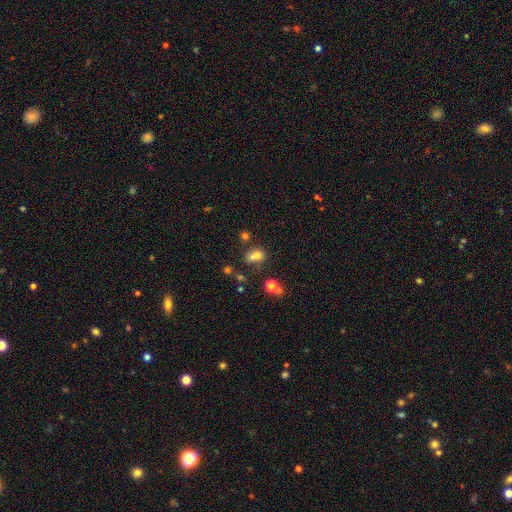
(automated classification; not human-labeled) smooth_or_featured: smooth (p=0.70) [alt: star or artifact p=0.17]
how_rounded: in between (p=0.60) [alt: round p=0.38]
merging: none (p=0.40) [alt: merger p=0.39]